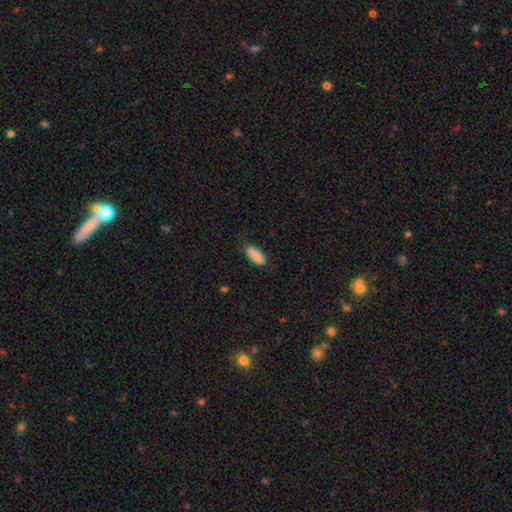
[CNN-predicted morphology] smooth 85%, featured or disk 9%, star or artifact 7%. Down the decision tree: how rounded — in between (76%); merging — none (78%).